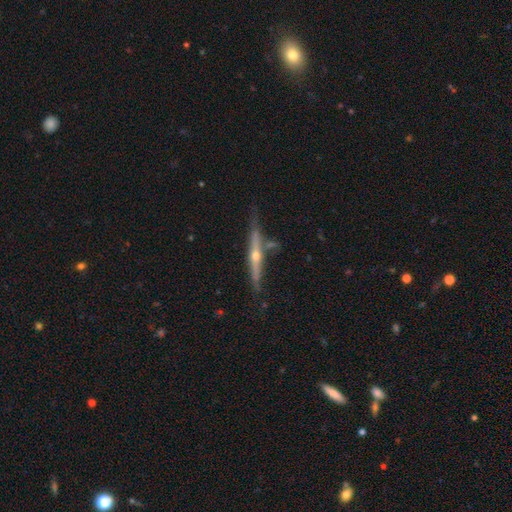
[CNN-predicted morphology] type=featured or disk (79%); edge-on=yes (97%); edge-on bulge=rounded (89%); merging=none (74%).